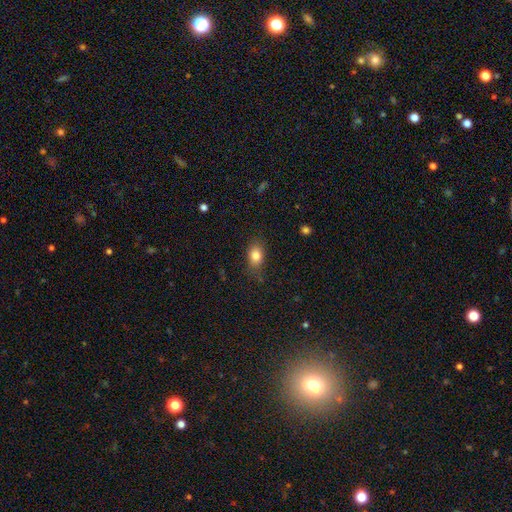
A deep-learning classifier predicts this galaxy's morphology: The model was most divided on "how rounded": in between: 77%, round: 20%, cigar-shaped: 3%. More confident: smooth or featured — smooth (82%); merging — none (77%).